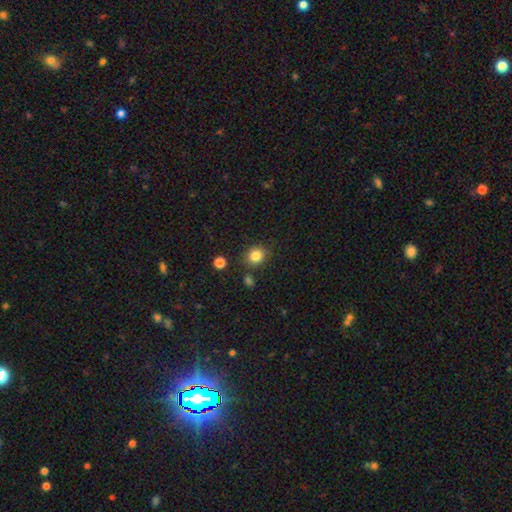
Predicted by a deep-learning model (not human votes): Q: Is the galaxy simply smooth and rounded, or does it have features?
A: smooth — 83%.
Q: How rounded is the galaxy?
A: round — 77%.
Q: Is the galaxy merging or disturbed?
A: none — 82%.